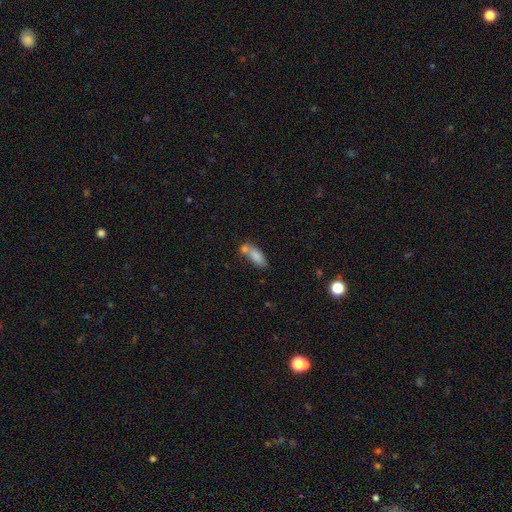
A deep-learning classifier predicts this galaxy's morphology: smooth-or-featured: smooth: 81% | featured or disk: 11% | star or artifact: 8%
  how-rounded: in between: 76% | cigar-shaped: 21% | round: 3%
  merging: none: 41% | merger: 38% | minor disturbance: 16% | major disturbance: 6%